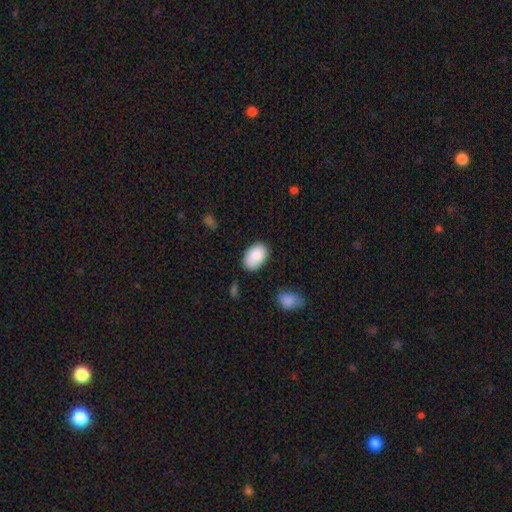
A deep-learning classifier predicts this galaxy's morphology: Smooth or featured? Predicted: smooth (p=0.87). How rounded? Predicted: in between (p=0.90). Merging? Predicted: none (p=0.76).